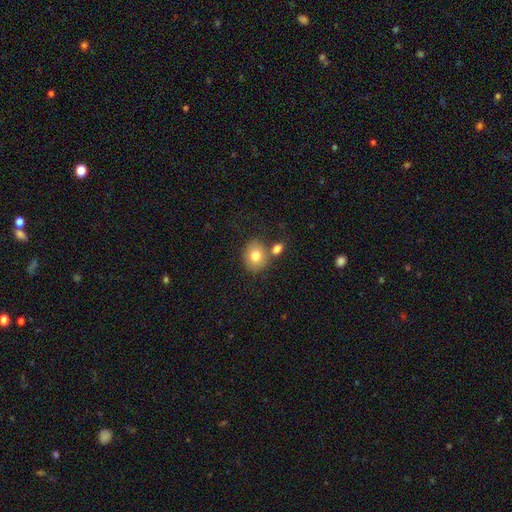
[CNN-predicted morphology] Smooth or featured: smooth — 79% (featured or disk — 12%)
How rounded: round — 69% (in between — 30%)
Merging: none — 64% (merger — 21%)